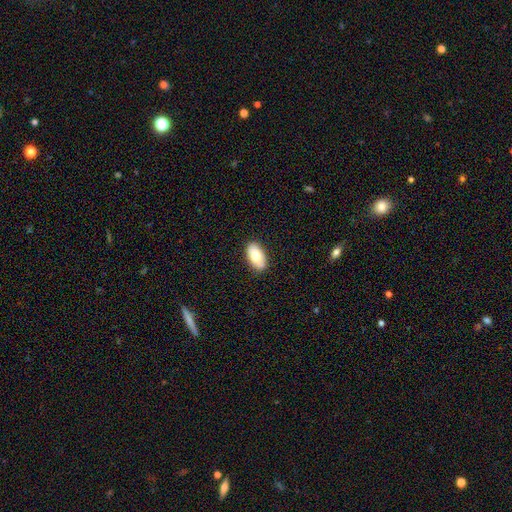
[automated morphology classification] smooth_or_featured: smooth (p=0.72) [alt: featured or disk p=0.21]
how_rounded: in between (p=0.93) [alt: round p=0.04]
merging: none (p=0.87) [alt: minor disturbance p=0.10]